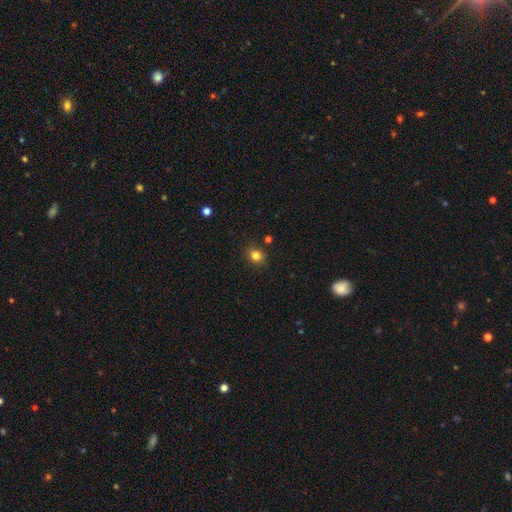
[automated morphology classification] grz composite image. It shows a smooth galaxy with no disk features (81%) that is round (73%). Merging: none (86%).